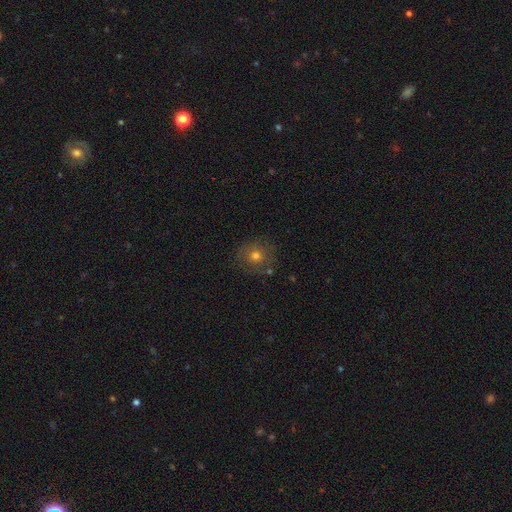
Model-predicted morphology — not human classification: Smooth or featured: smooth — 66% (featured or disk — 20%)
How rounded: round — 87% (in between — 12%)
Merging: none — 78% (minor disturbance — 14%)